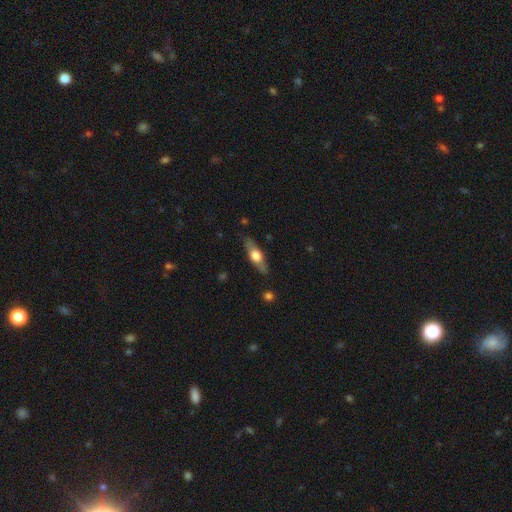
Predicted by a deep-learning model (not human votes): featured or disk 49%, smooth 46%, star or artifact 6%. Down the decision tree: merging — none (79%).